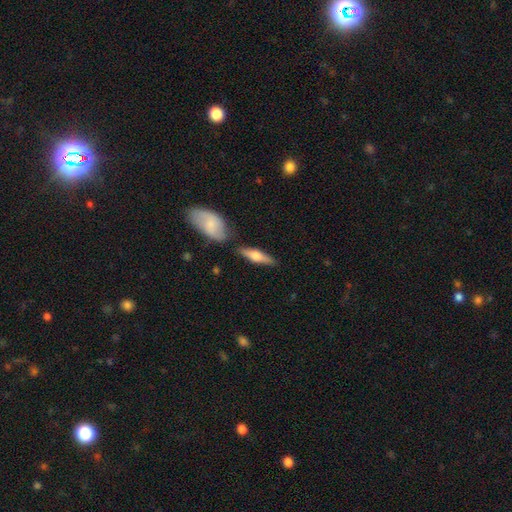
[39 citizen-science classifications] smooth-or-featured: featured or disk: 59% | smooth: 41% | star or artifact: 0%
  disk-edge-on: yes: 96% | no: 4%
    edge-on-bulge: rounded: 95% | boxy: 5% | none: 0%
  merging: none: 64% | merger: 18% | minor disturbance: 13% | major disturbance: 5%